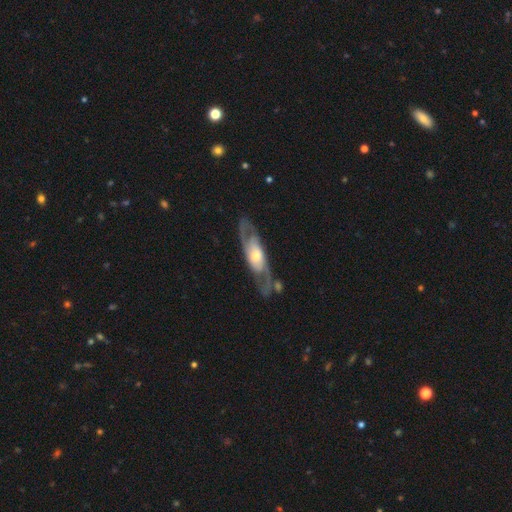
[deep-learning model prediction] Smooth or featured? featured or disk (77%)
Edge-on disk? no (79%)
Bar? no (65%)
Spiral arms? yes (81%)
Bulge size? moderate (57%)
Merging? none (69%)